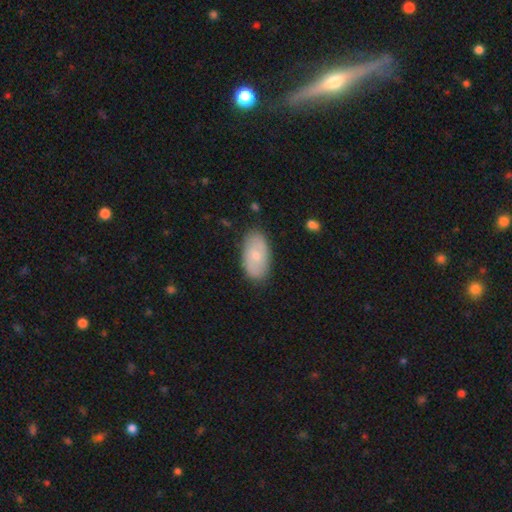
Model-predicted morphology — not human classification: A smooth galaxy with no disk features (64%) that is in between round and cigar-shaped (94%).

Vote fractions:
- Smooth or featured? smooth: 64% / featured or disk: 30% / star or artifact: 6%
- How rounded? in between: 94% / round: 4% / cigar-shaped: 2%
- Merging? none: 83% / minor disturbance: 13% / major disturbance: 3% / merger: 1%